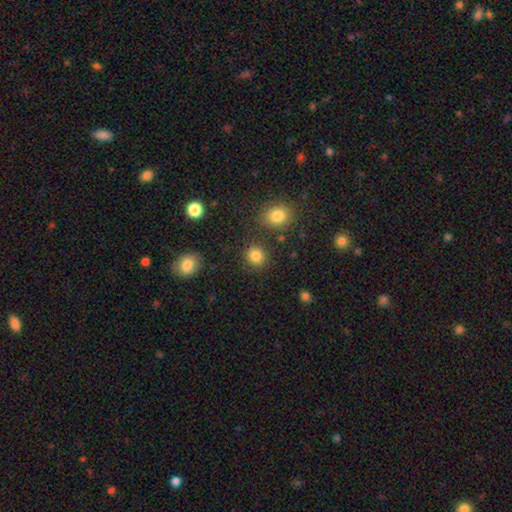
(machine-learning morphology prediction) Smooth or featured: smooth — 83% (star or artifact — 12%)
How rounded: round — 87% (in between — 12%)
Merging: none — 84% (minor disturbance — 8%)